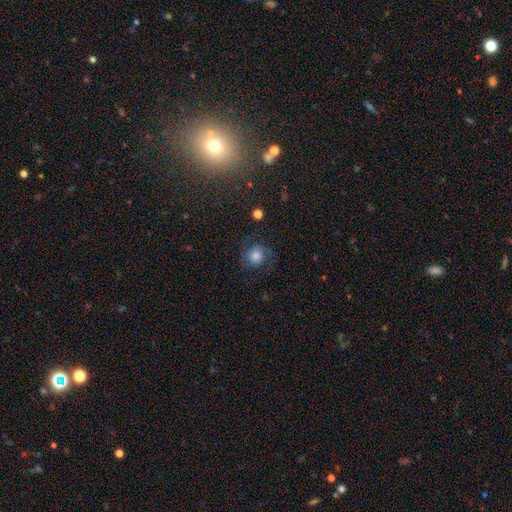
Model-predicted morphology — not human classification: Smooth or featured?
  - featured or disk: 51% *
  - smooth: 37%
  - star or artifact: 12%
Edge-on disk?
  - no: 97% *
  - yes: 3%
Merging?
  - none: 71% *
  - minor disturbance: 16%
  - major disturbance: 11%
  - merger: 2%